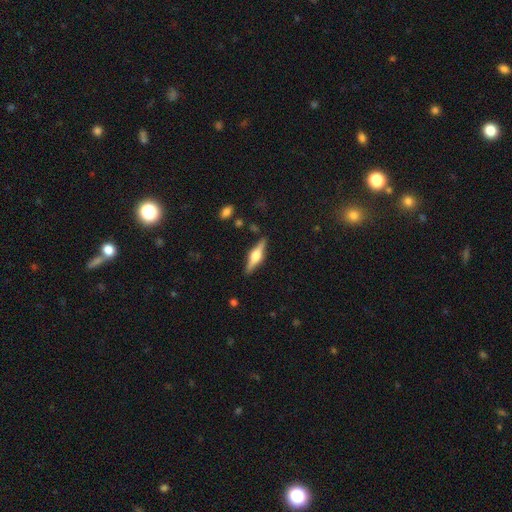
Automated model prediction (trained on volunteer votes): Smooth or featured?
  - featured or disk: 68% *
  - smooth: 26%
  - star or artifact: 6%
Edge-on disk?
  - yes: 97% *
  - no: 3%
Edge-on bulge?
  - rounded: 90% *
  - boxy: 8%
  - none: 2%
Merging?
  - none: 88% *
  - minor disturbance: 9%
  - major disturbance: 2%
  - merger: 2%